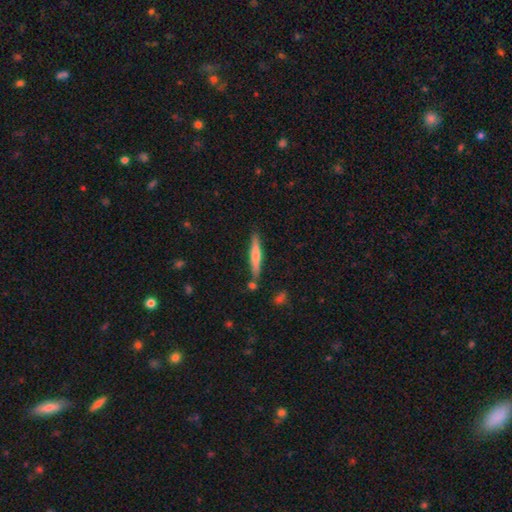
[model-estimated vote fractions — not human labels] Overall: smooth (58%; featured or disk 36%). How rounded: cigar-shaped (92%). Merging: none (80%).